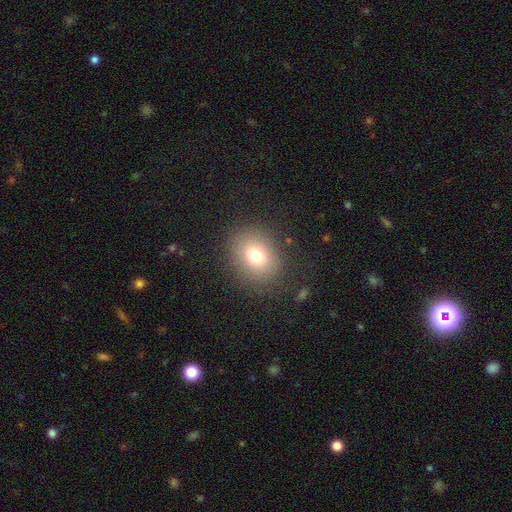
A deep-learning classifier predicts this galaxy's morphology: Smooth or featured? Predicted: smooth (p=0.74). How rounded? Predicted: round (p=0.57). Merging? Predicted: none (p=0.84).